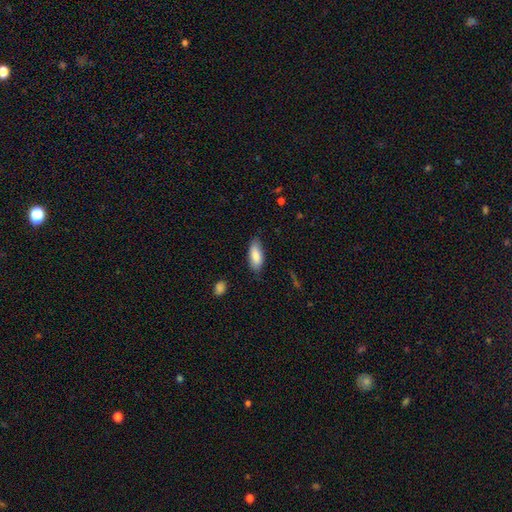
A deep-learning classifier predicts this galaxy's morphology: A smooth galaxy with no disk features (84%) that is in between round and cigar-shaped (83%). Merging: none (78%).